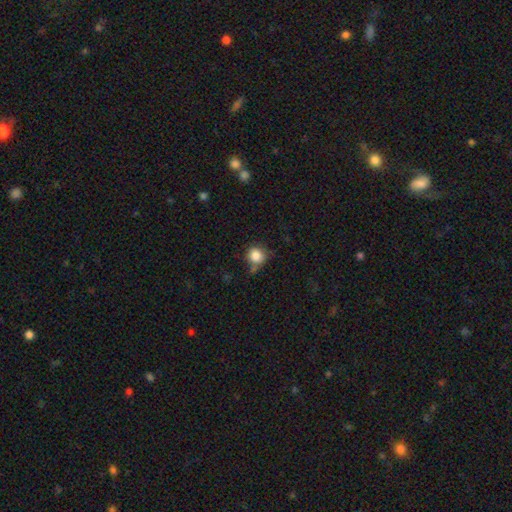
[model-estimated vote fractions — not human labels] Morphology: type=smooth (84%); roundness=round (87%); merging=none (62%).